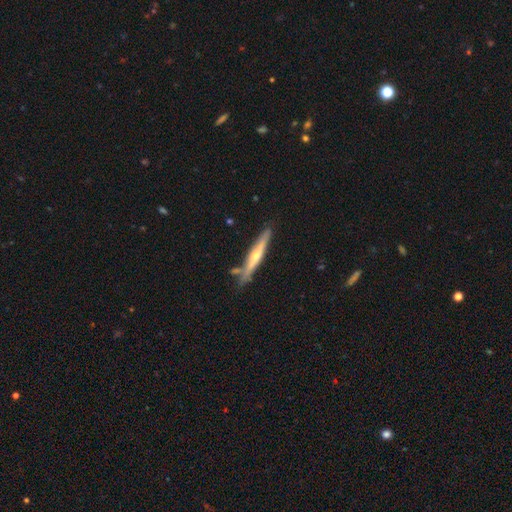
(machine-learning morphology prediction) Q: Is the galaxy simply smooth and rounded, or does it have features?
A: featured or disk — 64%.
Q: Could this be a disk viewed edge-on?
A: yes — 94%.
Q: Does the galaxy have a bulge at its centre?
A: rounded — 84%.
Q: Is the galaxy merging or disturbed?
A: none — 77%.